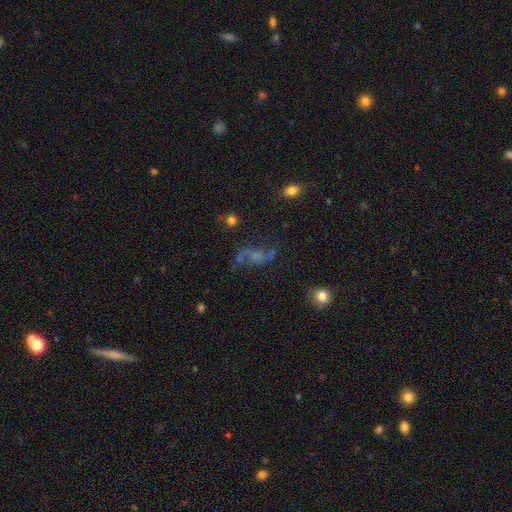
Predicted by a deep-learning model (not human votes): Smooth or featured? Predicted: featured or disk (p=0.66). Edge-on disk? Predicted: no (p=0.95). Bar? Predicted: no (p=0.61). Spiral arms? Predicted: yes (p=0.86). Spiral winding? Predicted: loose (p=0.83). Spiral arm count? Predicted: 2 (p=0.88). Bulge size? Predicted: none (p=0.41). Merging? Predicted: none (p=0.57).